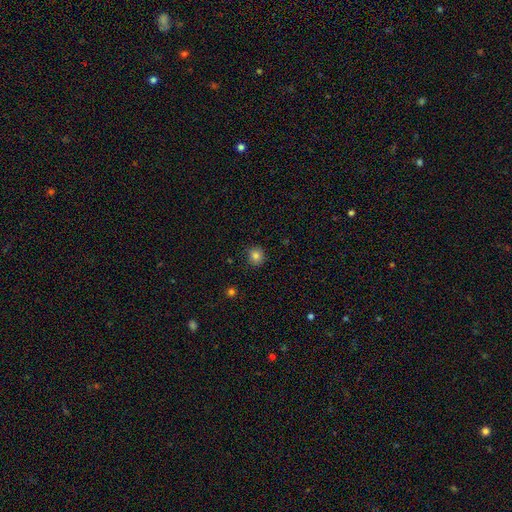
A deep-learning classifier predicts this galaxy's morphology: Overall: smooth (83%). How rounded: round (87%). Merging: none (88%).